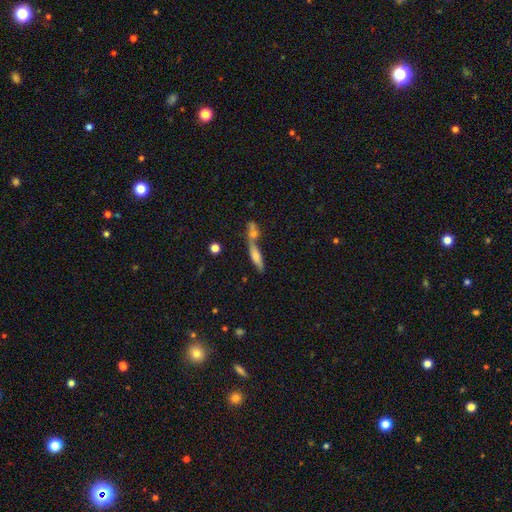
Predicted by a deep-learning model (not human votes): smooth_or_featured: smooth (p=0.59) [alt: featured or disk p=0.31]
how_rounded: cigar-shaped (p=0.69) [alt: in between p=0.27]
merging: merger (p=0.53) [alt: none p=0.30]